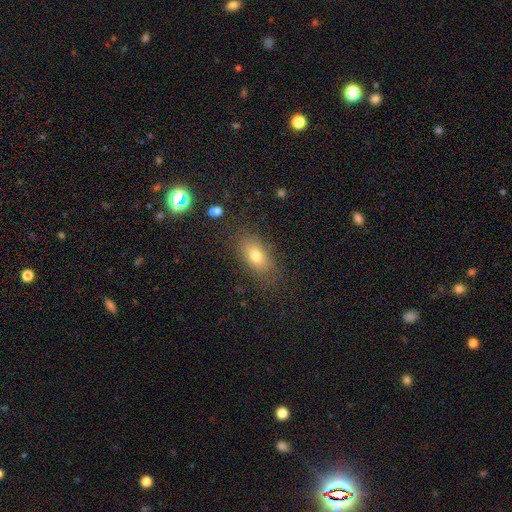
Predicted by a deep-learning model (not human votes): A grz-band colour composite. It shows a smooth galaxy with no disk features (74%) that is in between round and cigar-shaped (82%). Merging: none (80%).